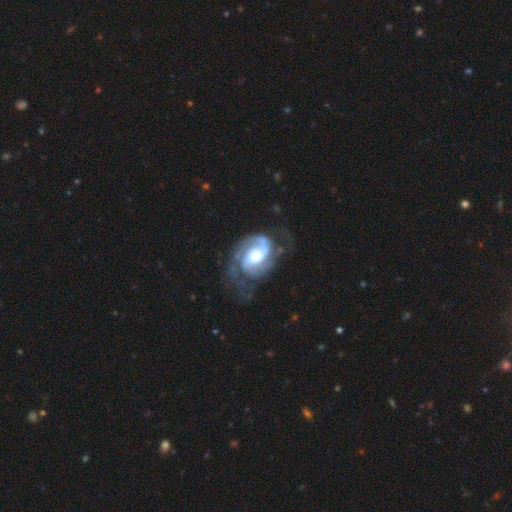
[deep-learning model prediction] This appears to be a featured or disk galaxy (89%) with no bar (58%), 2 (78%) tight (44%) spiral arms (97%) and a moderate central bulge (50%). Merging: none (57%).